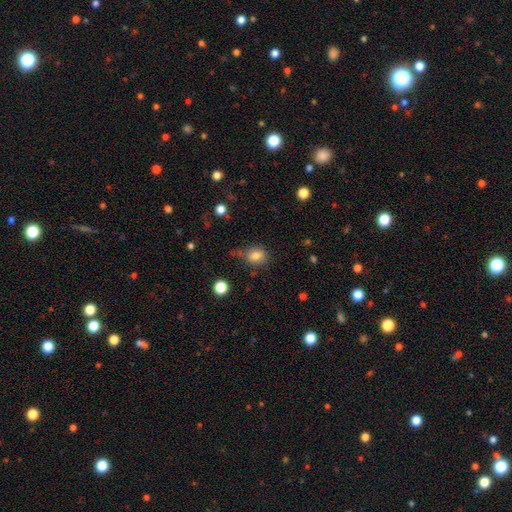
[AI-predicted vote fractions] Overall: smooth (81%). How rounded: round (62%; in between 37%). Merging: none (64%).